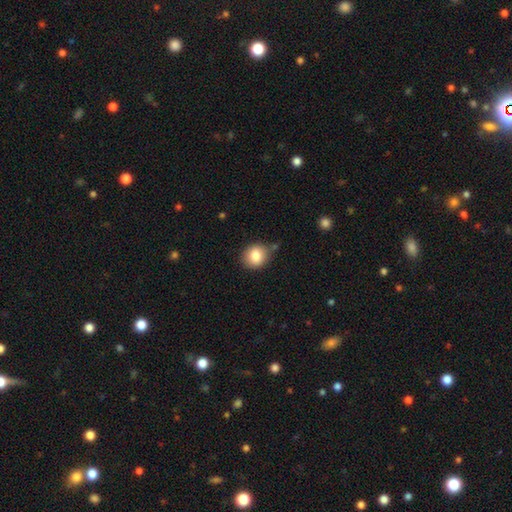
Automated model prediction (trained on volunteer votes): Morphology: type=smooth (83%); roundness=round (75%); merging=none (76%).